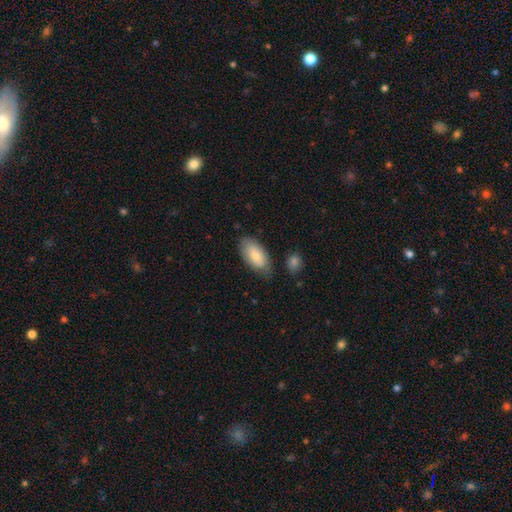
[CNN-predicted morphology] Q: Smooth or featured?
A: smooth (81%); runner-up: featured or disk (13%)
Q: How rounded?
A: in between (93%); runner-up: cigar-shaped (5%)
Q: Merging?
A: none (69%); runner-up: minor disturbance (22%)